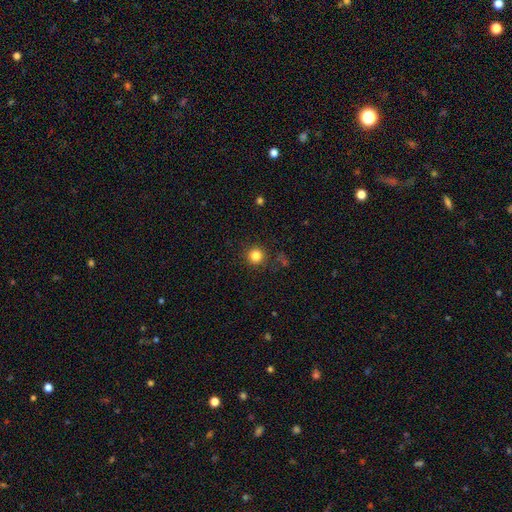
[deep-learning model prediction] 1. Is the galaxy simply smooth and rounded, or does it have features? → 82% smooth, 13% star or artifact, 5% featured or disk.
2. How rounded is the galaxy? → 94% round, 5% in between, 1% cigar-shaped.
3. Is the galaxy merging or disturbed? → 89% none, 7% minor disturbance, 3% major disturbance, 2% merger.